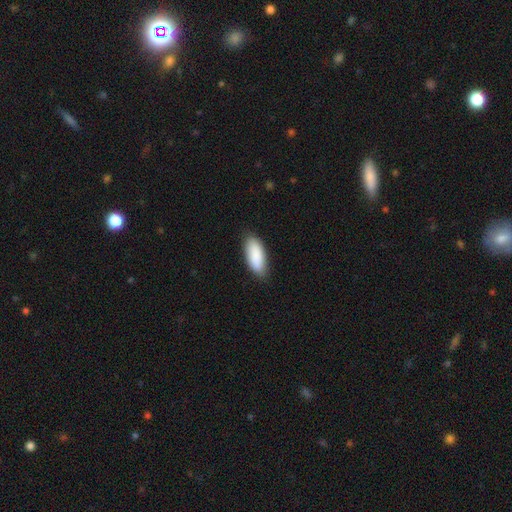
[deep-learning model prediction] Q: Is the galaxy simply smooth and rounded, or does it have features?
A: smooth — 89%.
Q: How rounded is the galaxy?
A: in between — 84%.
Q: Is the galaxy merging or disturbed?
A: none — 83%.